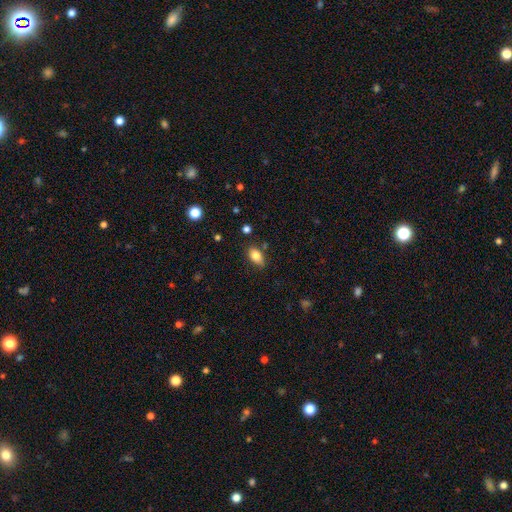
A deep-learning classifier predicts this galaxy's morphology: A smooth galaxy with no disk features (81%) that is in between round and cigar-shaped (88%).

Vote fractions:
- Smooth or featured? smooth: 81% / featured or disk: 10% / star or artifact: 9%
- How rounded? in between: 88% / round: 9% / cigar-shaped: 3%
- Merging? none: 76% / minor disturbance: 18% / major disturbance: 3% / merger: 3%